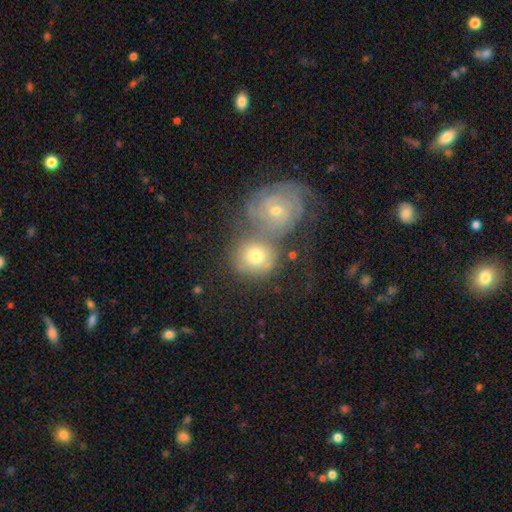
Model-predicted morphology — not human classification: A featured or disk galaxy (52%).

Vote fractions:
- Smooth or featured? featured or disk: 52% / smooth: 38% / star or artifact: 10%
- Edge-on disk? no: 96% / yes: 4%
- Merging? none: 43% / merger: 42% / minor disturbance: 10% / major disturbance: 5%